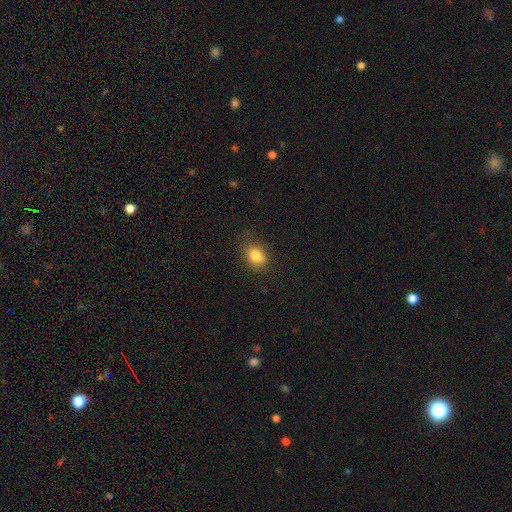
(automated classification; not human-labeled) This appears to be a smooth galaxy with no disk features (83%) that is in between round and cigar-shaped (65%). Merging: none (78%).